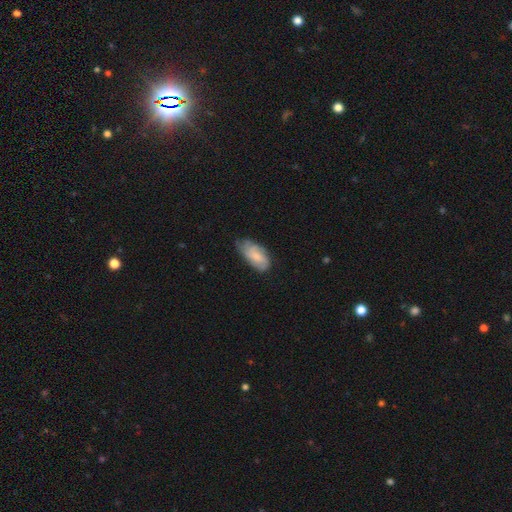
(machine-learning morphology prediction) smooth 58%, featured or disk 35%, star or artifact 7%. Down the decision tree: how rounded — in between (91%); merging — none (50%).